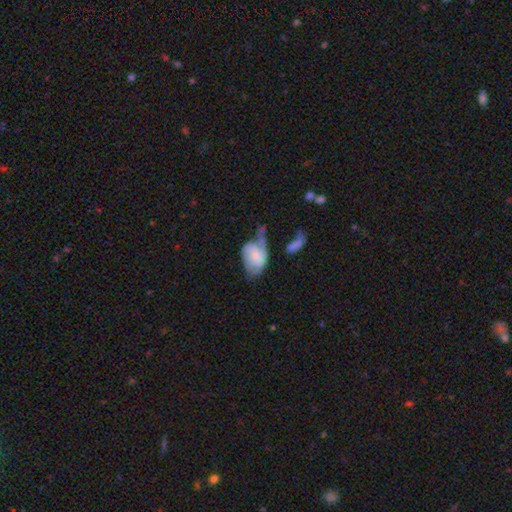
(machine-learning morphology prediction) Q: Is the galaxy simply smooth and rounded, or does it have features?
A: smooth — 52%.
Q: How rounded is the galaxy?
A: in between — 85%.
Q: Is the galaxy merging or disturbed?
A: major disturbance — 29%.